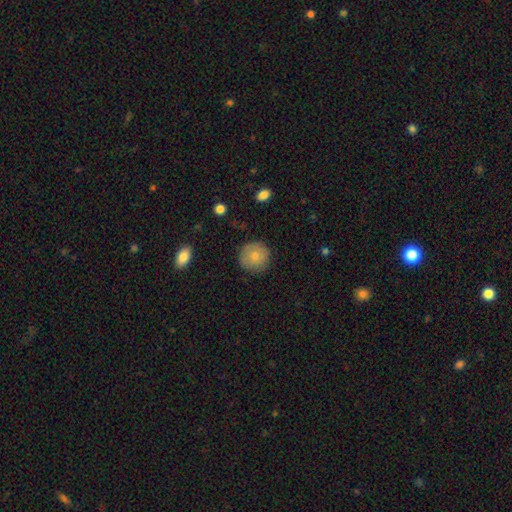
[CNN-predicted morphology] A smooth galaxy with no disk features (78%) that is round (94%).

Vote fractions:
- Smooth or featured? smooth: 78% / featured or disk: 14% / star or artifact: 8%
- How rounded? round: 94% / in between: 5% / cigar-shaped: 1%
- Merging? none: 85% / minor disturbance: 11% / major disturbance: 3% / merger: 1%